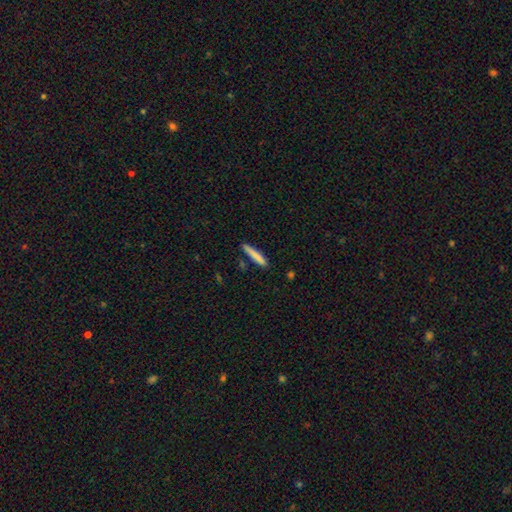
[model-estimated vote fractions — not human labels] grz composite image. It shows a smooth galaxy with no disk features (83%) that is cigar-shaped (93%). Merging: none (86%).